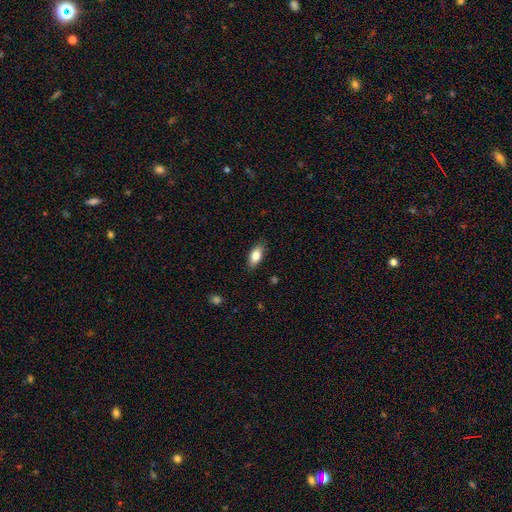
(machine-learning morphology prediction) type=smooth (83%); roundness=in between (88%); merging=none (86%).